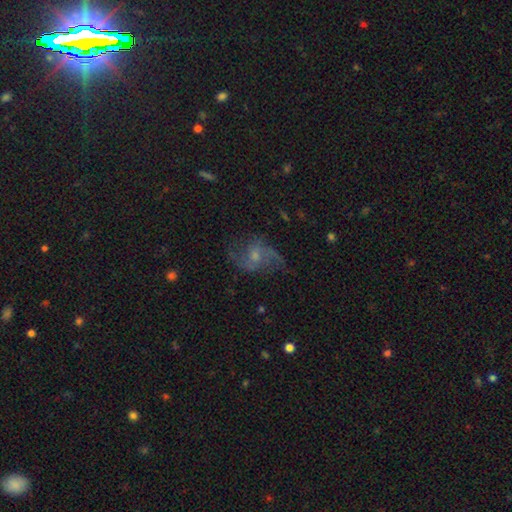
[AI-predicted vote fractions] featured or disk 71%, smooth 19%, star or artifact 11%. Down the decision tree: edge-on disk — no (97%); bar — no (58%); spiral arms — yes (88%); spiral arm count — 2 (76%); spiral winding — loose (57%); bulge size — small (49%); merging — none (59%).